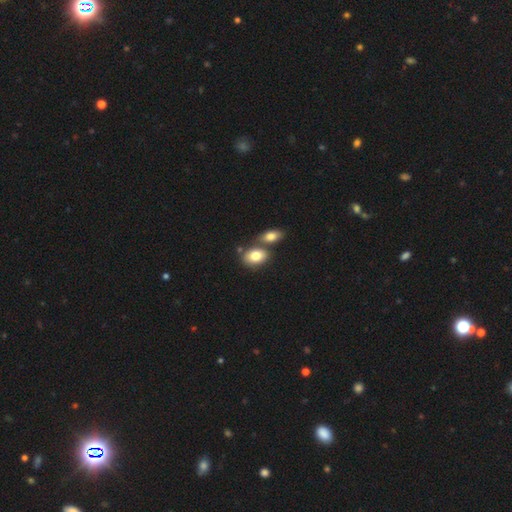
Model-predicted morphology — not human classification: Q: Smooth or featured?
A: smooth (80%); runner-up: featured or disk (12%)
Q: How rounded?
A: in between (80%); runner-up: round (18%)
Q: Merging?
A: none (46%); runner-up: merger (41%)